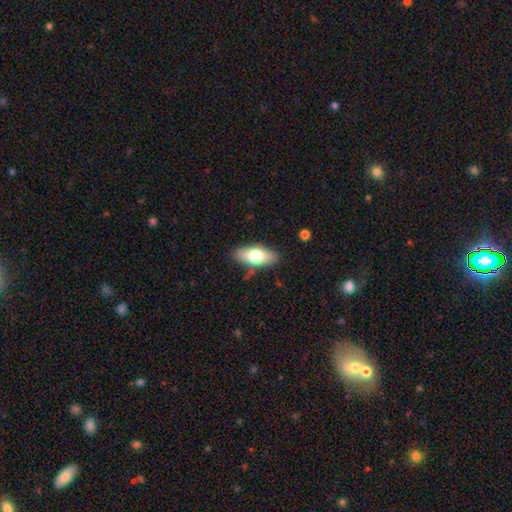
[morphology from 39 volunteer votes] This is likely a smooth galaxy (77%). How rounded: clearly in between (90%). Merging: clearly none (92%).